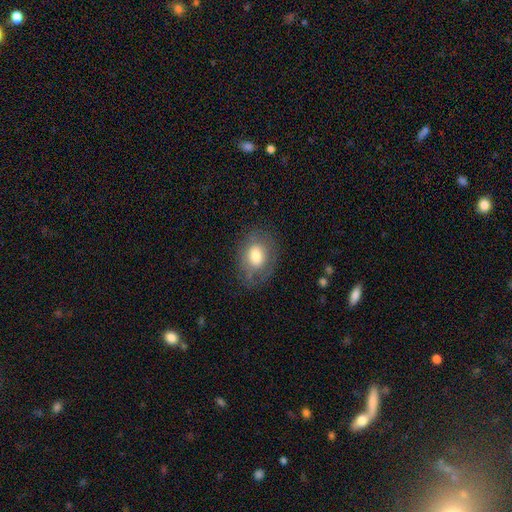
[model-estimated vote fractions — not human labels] A smooth galaxy with no disk features (66%) that is in between round and cigar-shaped (76%).

Vote fractions:
- Smooth or featured? smooth: 66% / featured or disk: 26% / star or artifact: 8%
- How rounded? in between: 76% / round: 23% / cigar-shaped: 1%
- Merging? none: 70% / minor disturbance: 19% / major disturbance: 9% / merger: 1%